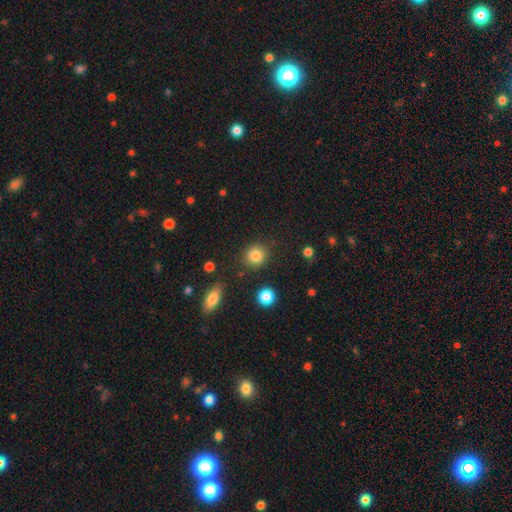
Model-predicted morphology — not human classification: This is clearly a smooth galaxy (84%). How rounded: clearly round (86%). Merging: clearly none (86%).